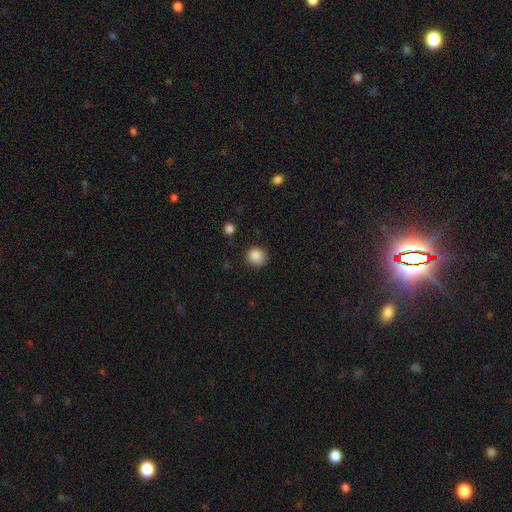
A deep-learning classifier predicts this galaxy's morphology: A smooth galaxy with no disk features (87%) that is round (88%).

Vote fractions:
- Smooth or featured? smooth: 87% / star or artifact: 10% / featured or disk: 3%
- How rounded? round: 88% / in between: 11% / cigar-shaped: 1%
- Merging? none: 86% / minor disturbance: 9% / major disturbance: 3% / merger: 2%